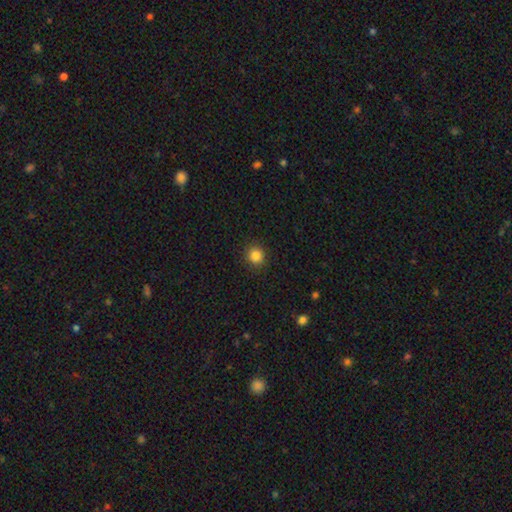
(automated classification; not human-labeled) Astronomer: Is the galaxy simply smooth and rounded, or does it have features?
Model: smooth — 85%.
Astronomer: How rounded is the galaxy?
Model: round — 90%.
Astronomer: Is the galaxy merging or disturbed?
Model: none — 91%.